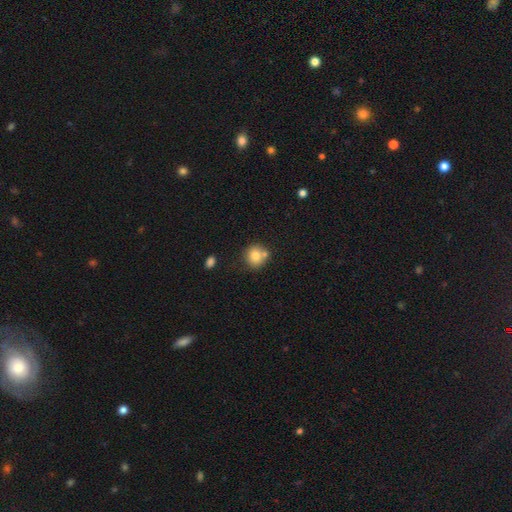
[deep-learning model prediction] smooth_or_featured: smooth (p=0.79) [alt: featured or disk p=0.11]
how_rounded: round (p=0.89) [alt: in between p=0.10]
merging: none (p=0.63) [alt: merger p=0.22]